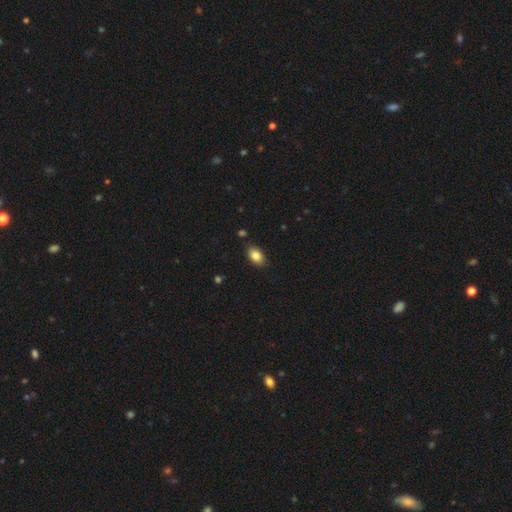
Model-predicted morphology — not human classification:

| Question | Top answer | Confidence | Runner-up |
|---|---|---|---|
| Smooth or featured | smooth | 85% | star or artifact (8%) |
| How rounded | in between | 86% | round (13%) |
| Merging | none | 86% | minor disturbance (10%) |